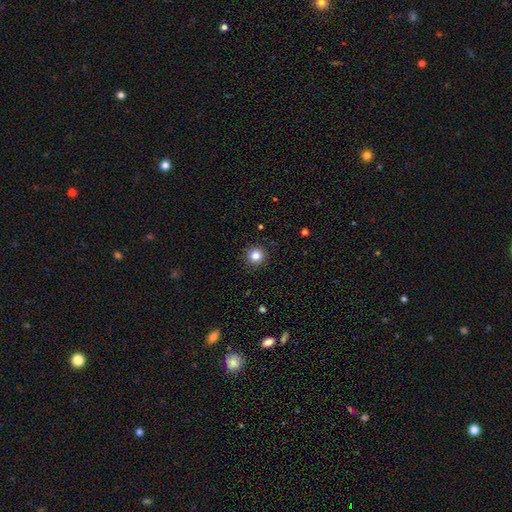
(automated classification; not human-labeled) Q: Smooth or featured?
A: smooth (83%); runner-up: star or artifact (12%)
Q: How rounded?
A: round (94%); runner-up: in between (5%)
Q: Merging?
A: none (92%); runner-up: minor disturbance (6%)